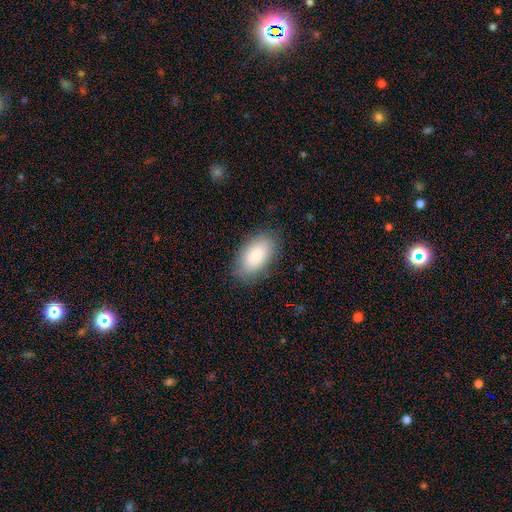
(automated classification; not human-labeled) The model was most divided on "merging": none: 84%, minor disturbance: 11%, major disturbance: 3%, merger: 1%. More confident: how rounded — in between (95%); smooth or featured — smooth (87%).